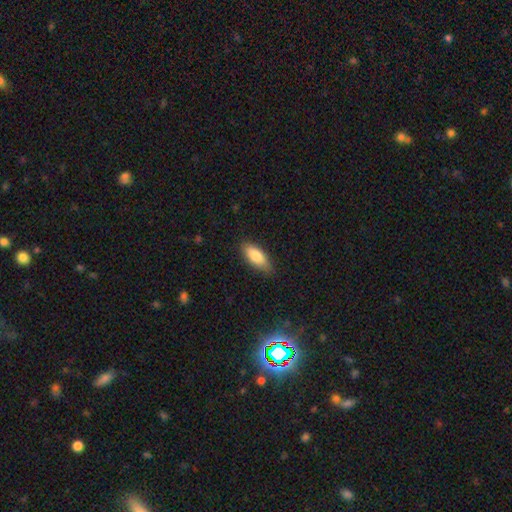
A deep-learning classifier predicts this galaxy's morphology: A smooth galaxy with no disk features (82%) that is in between round and cigar-shaped (78%).

Vote fractions:
- Smooth or featured? smooth: 82% / featured or disk: 11% / star or artifact: 6%
- How rounded? in between: 78% / cigar-shaped: 20% / round: 2%
- Merging? none: 80% / minor disturbance: 16% / major disturbance: 3% / merger: 1%